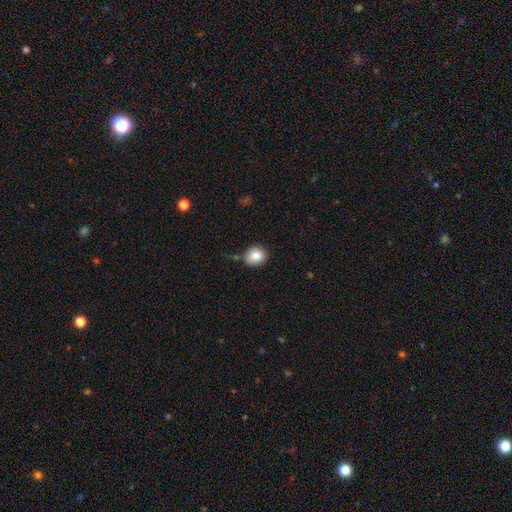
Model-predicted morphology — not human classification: smooth-or-featured: smooth: 84% | star or artifact: 9% | featured or disk: 7%
  how-rounded: round: 80% | in between: 19% | cigar-shaped: 1%
  merging: none: 78% | minor disturbance: 14% | merger: 5% | major disturbance: 3%